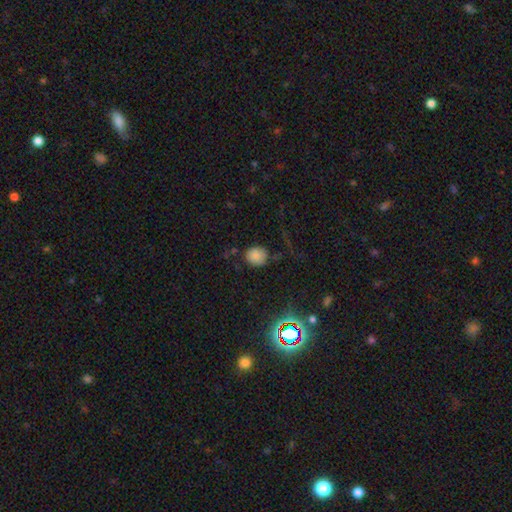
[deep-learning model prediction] Smooth or featured?
  - smooth: 81% *
  - star or artifact: 13%
  - featured or disk: 6%
How rounded?
  - round: 81% *
  - in between: 18%
  - cigar-shaped: 1%
Merging?
  - none: 75% *
  - minor disturbance: 16%
  - major disturbance: 6%
  - merger: 3%